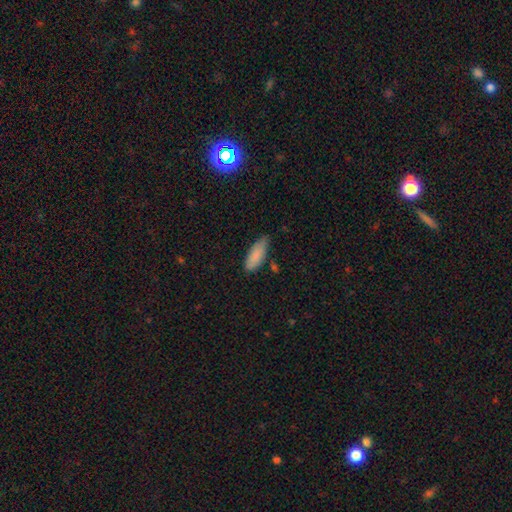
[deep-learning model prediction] smooth_or_featured: smooth (p=0.86) [alt: featured or disk p=0.08]
how_rounded: in between (p=0.70) [alt: cigar-shaped p=0.28]
merging: none (p=0.62) [alt: minor disturbance p=0.30]